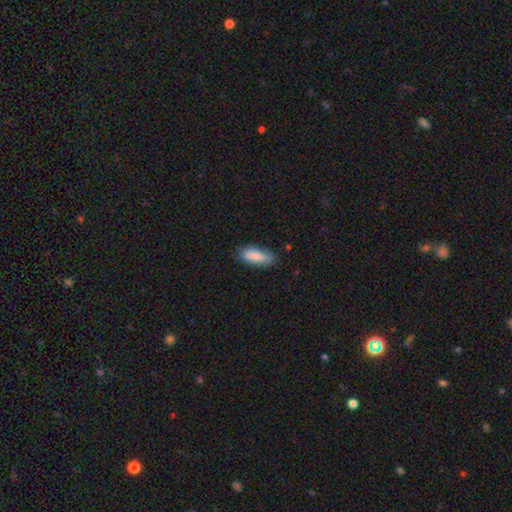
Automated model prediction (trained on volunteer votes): Morphology: type=smooth (86%); roundness=in between (70%); merging=none (76%).